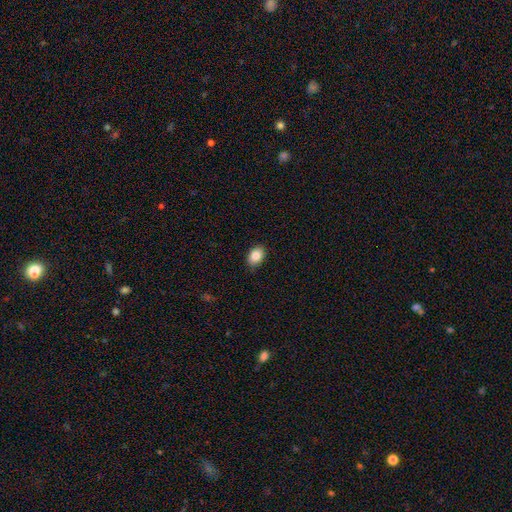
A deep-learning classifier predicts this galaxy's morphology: smooth 85%, star or artifact 8%, featured or disk 7%. Down the decision tree: how rounded — in between (83%); merging — none (87%).